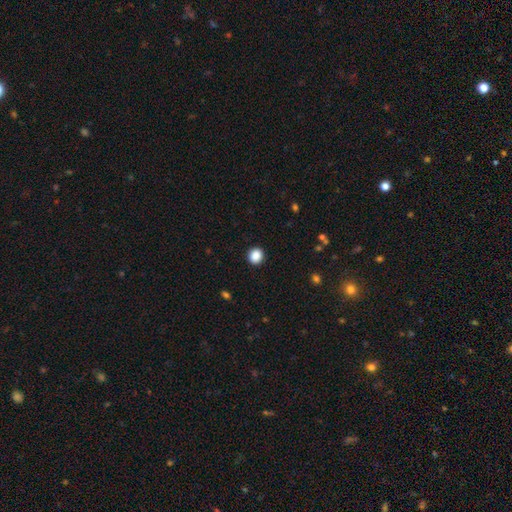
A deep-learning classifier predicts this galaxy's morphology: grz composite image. It shows a smooth galaxy with no disk features (88%) that is round (84%). Merging: none (92%).